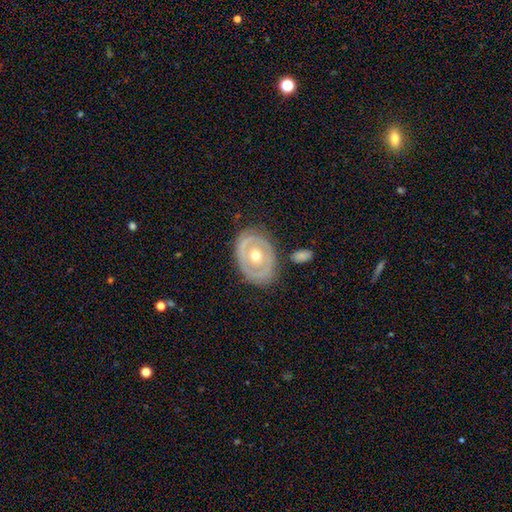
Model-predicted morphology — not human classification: A featured or disk galaxy (69%) with no bar (86%), no spiral arms (72%) and a moderate central bulge (75%).

Vote fractions:
- Smooth or featured? featured or disk: 69% / smooth: 26% / star or artifact: 5%
- Edge-on disk? no: 94% / yes: 6%
- Bar? no: 86% / weak: 10% / strong: 4%
- Spiral arms? no: 72% / yes: 28%
- Bulge size? moderate: 75% / small: 19% / large: 4% / dominant: 1% / none: 1%
- Merging? none: 79% / minor disturbance: 13% / major disturbance: 5% / merger: 3%